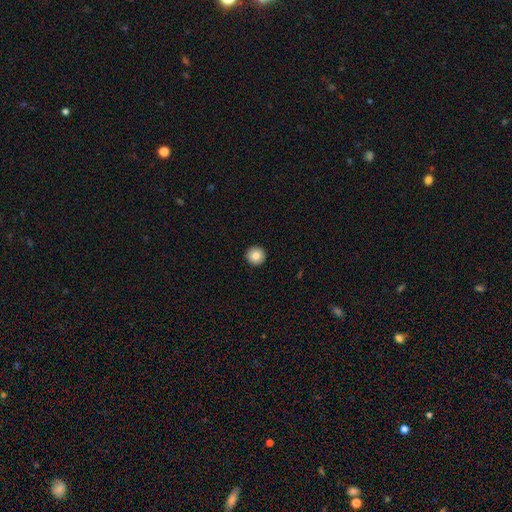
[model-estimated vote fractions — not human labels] Smooth or featured?
  - smooth: 82% *
  - featured or disk: 9%
  - star or artifact: 8%
How rounded?
  - round: 96% *
  - in between: 3%
  - cigar-shaped: 1%
Merging?
  - none: 94% *
  - minor disturbance: 4%
  - major disturbance: 1%
  - merger: 1%